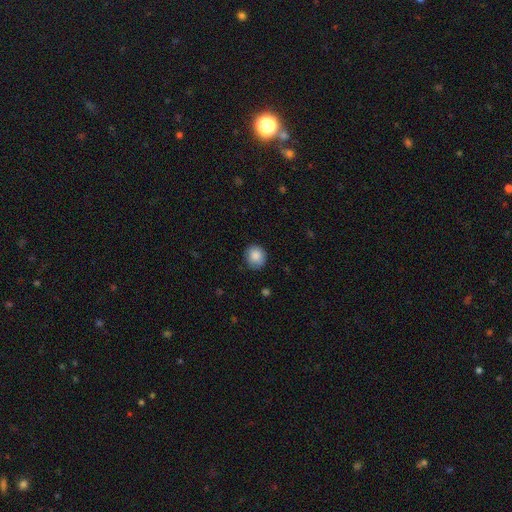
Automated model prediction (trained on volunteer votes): This is clearly a smooth galaxy (86%). How rounded: clearly round (83%). Merging: clearly none (84%).